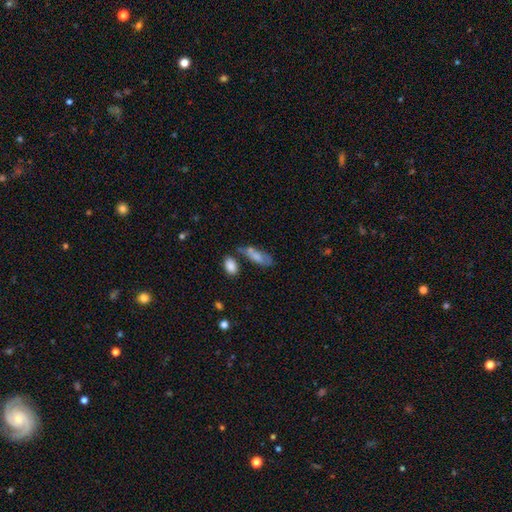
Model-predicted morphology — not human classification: A smooth galaxy with no disk features (74%) that is in between round and cigar-shaped (73%). Merging: none (48%).